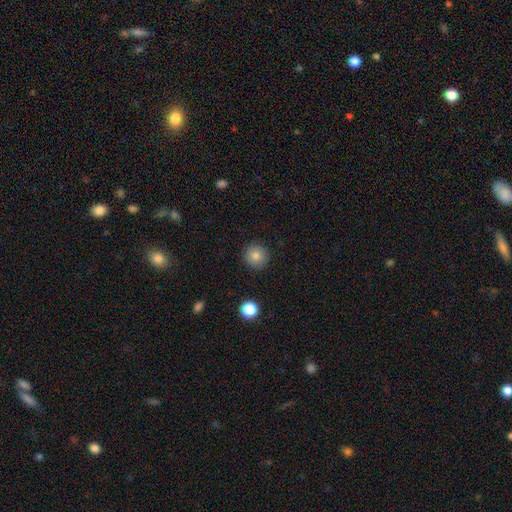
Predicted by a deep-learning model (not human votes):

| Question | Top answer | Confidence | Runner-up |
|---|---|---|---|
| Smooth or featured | smooth | 82% | star or artifact (10%) |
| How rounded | round | 96% | in between (3%) |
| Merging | none | 91% | minor disturbance (6%) |